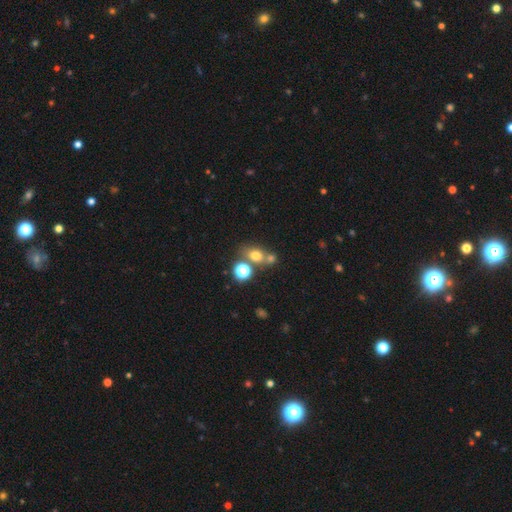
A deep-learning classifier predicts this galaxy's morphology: This appears to be a smooth galaxy with no disk features (68%) that is round (61%). Merging: none (50%).